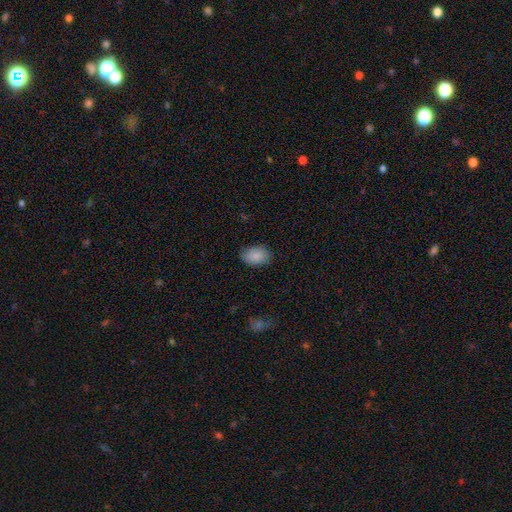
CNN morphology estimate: smooth_or_featured: smooth (p=0.87) [alt: star or artifact p=0.07]
how_rounded: in between (p=0.86) [alt: round p=0.13]
merging: none (p=0.83) [alt: minor disturbance p=0.13]